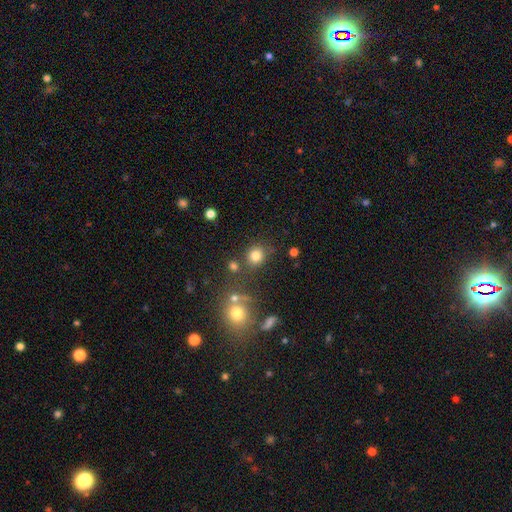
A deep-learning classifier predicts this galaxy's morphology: smooth 79%, star or artifact 14%, featured or disk 7%. Down the decision tree: how rounded — round (83%); merging — none (75%).